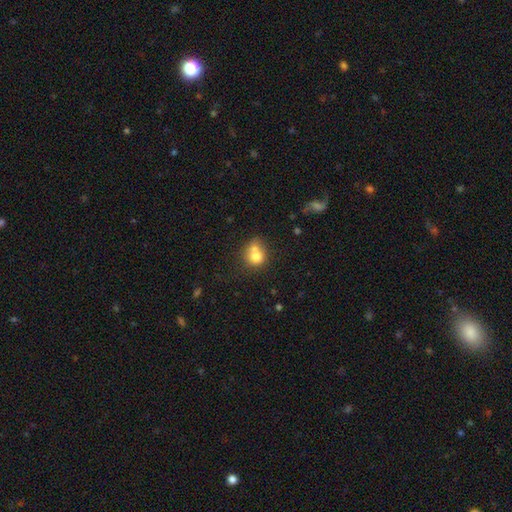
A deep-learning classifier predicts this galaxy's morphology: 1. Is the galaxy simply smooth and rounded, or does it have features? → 73% smooth, 16% featured or disk, 11% star or artifact.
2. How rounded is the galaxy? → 75% round, 24% in between, 1% cigar-shaped.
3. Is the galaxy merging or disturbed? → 49% merger, 35% none, 11% minor disturbance, 5% major disturbance.